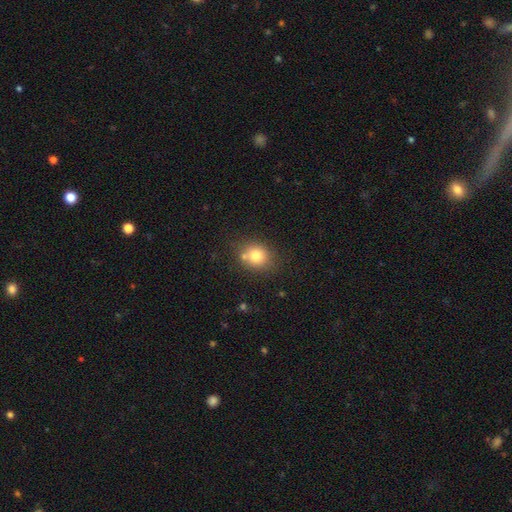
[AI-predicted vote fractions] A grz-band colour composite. It shows a smooth galaxy with no disk features (78%) that is round (69%). Merging: none (67%).